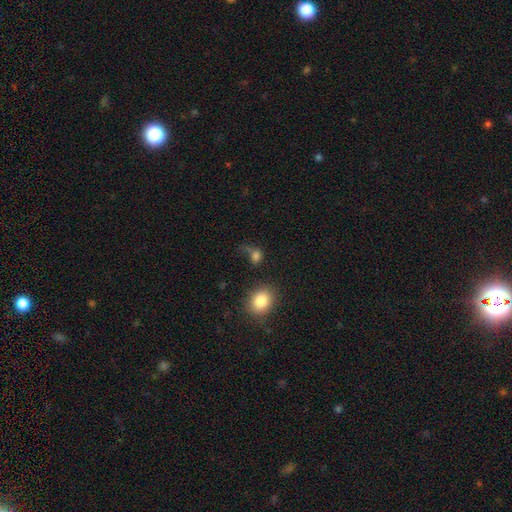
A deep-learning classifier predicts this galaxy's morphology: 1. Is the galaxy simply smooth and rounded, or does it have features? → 76% smooth, 15% star or artifact, 9% featured or disk.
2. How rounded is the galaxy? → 49% round (tied), 49% in between (tied), 2% cigar-shaped.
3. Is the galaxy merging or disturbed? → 47% none, 18% minor disturbance, 18% major disturbance, 16% merger.